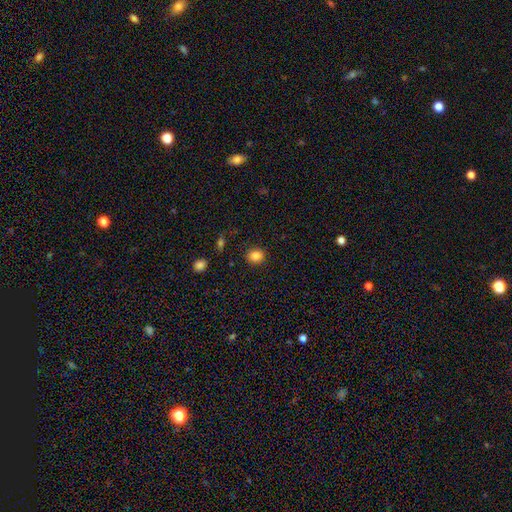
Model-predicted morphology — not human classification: Smooth or featured: smooth — 85% (star or artifact — 11%)
How rounded: round — 67% (in between — 32%)
Merging: none — 87% (minor disturbance — 8%)